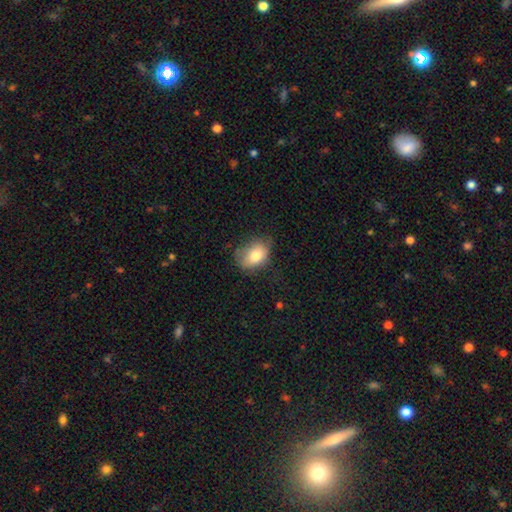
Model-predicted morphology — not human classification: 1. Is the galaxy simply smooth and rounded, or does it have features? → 78% smooth, 14% featured or disk, 9% star or artifact.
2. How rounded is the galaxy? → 74% in between, 25% round, 1% cigar-shaped.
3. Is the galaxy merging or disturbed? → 55% none, 32% minor disturbance, 12% major disturbance, 2% merger.